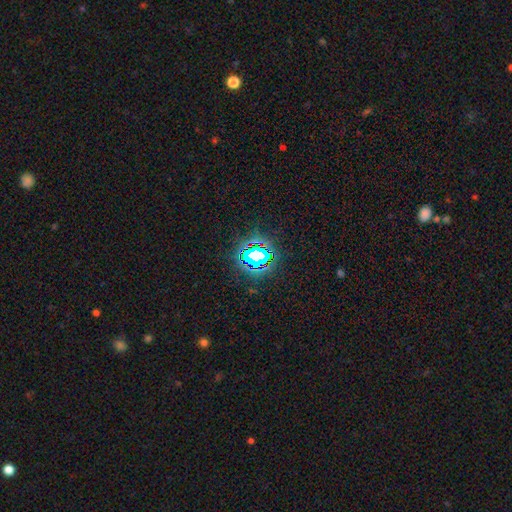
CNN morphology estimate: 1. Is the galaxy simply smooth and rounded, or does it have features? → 69% star or artifact, 19% smooth, 12% featured or disk.